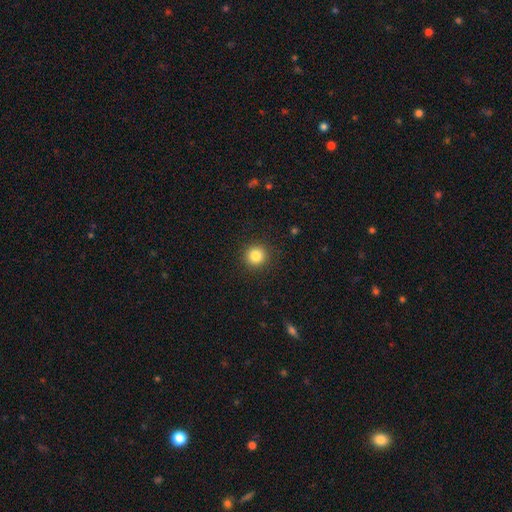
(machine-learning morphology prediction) Smooth or featured? smooth (83%)
How rounded? round (93%)
Merging? none (92%)